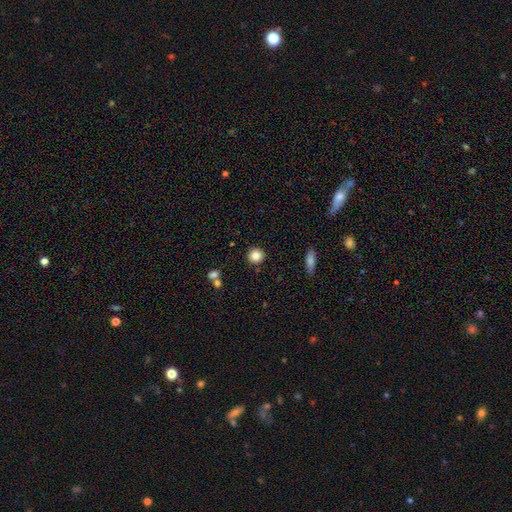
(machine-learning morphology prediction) Smooth or featured? smooth (85%)
How rounded? round (92%)
Merging? none (88%)